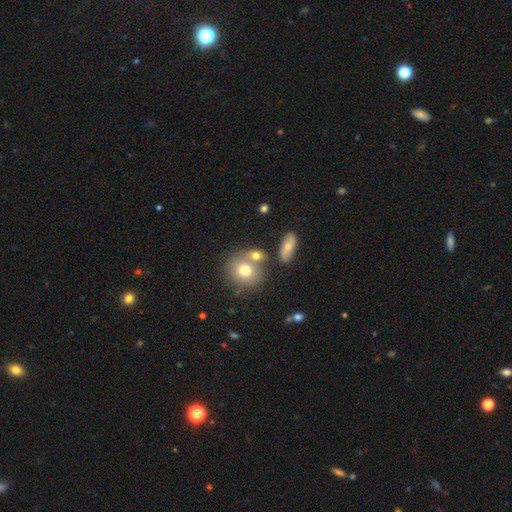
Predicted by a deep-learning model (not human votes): Q: Smooth or featured?
A: smooth (73%); runner-up: featured or disk (17%)
Q: How rounded?
A: round (74%); runner-up: in between (24%)
Q: Merging?
A: none (57%); runner-up: merger (29%)